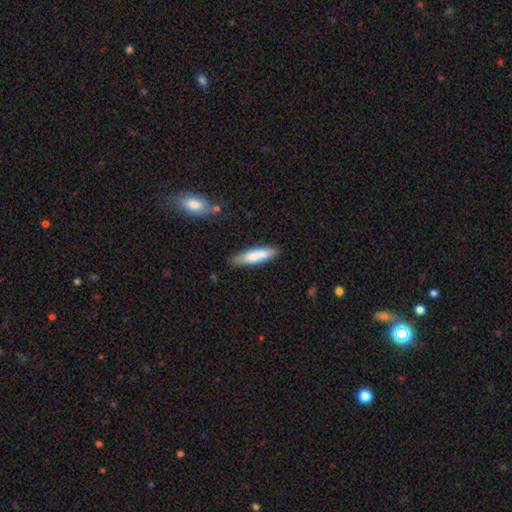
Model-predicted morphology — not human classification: type=smooth (74%); roundness=cigar-shaped (73%); merging=none (78%).